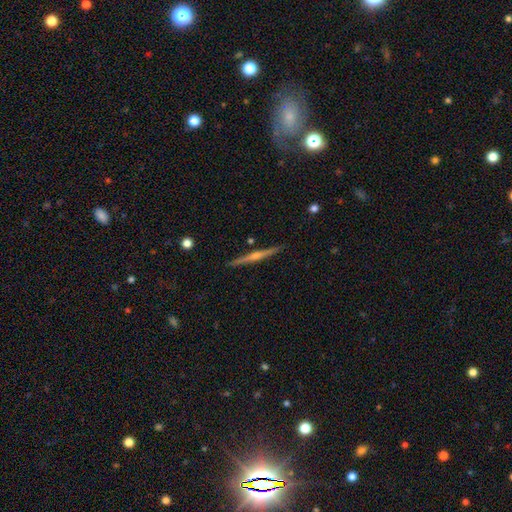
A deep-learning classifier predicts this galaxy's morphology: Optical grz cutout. It shows a featured or disk galaxy (75%) viewed edge-on (95%) with a rounded central bulge (80%). Merging: none (86%).